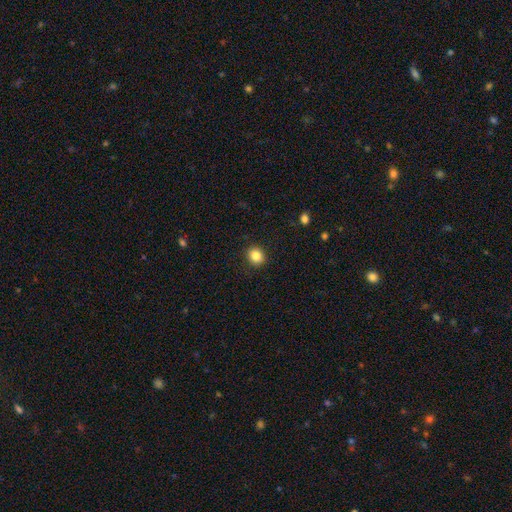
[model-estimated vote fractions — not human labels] Smooth or featured: smooth — 84% (star or artifact — 10%)
How rounded: round — 75% (in between — 24%)
Merging: none — 91% (minor disturbance — 7%)